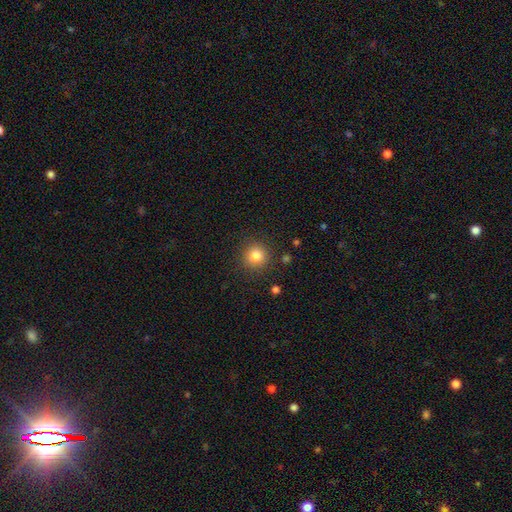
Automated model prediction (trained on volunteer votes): A smooth galaxy with no disk features (83%) that is round (93%).

Vote fractions:
- Smooth or featured? smooth: 83% / star or artifact: 11% / featured or disk: 6%
- How rounded? round: 93% / in between: 6% / cigar-shaped: 1%
- Merging? none: 88% / minor disturbance: 8% / major disturbance: 3% / merger: 2%